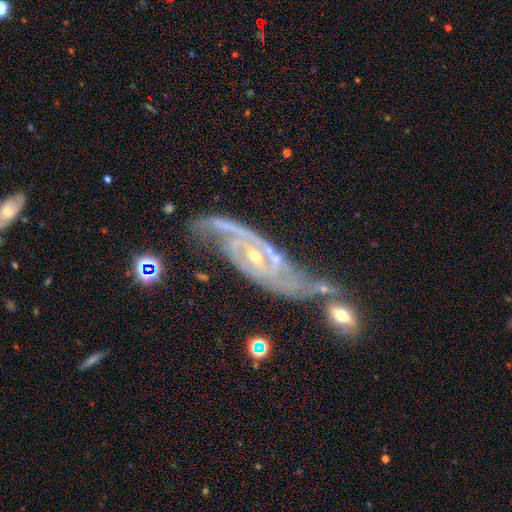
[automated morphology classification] Q: Smooth or featured?
A: featured or disk (90%); runner-up: star or artifact (6%)
Q: Edge-on disk?
A: no (92%); runner-up: yes (8%)
Q: Bar?
A: no (55%); runner-up: weak (31%)
Q: Spiral arms?
A: yes (97%); runner-up: no (3%)
Q: Spiral winding?
A: tight (47%); runner-up: medium (40%)
Q: Spiral arm count?
A: 2 (69%); runner-up: can't tell (12%)
Q: Bulge size?
A: small (68%); runner-up: moderate (29%)
Q: Merging?
A: none (51%); runner-up: minor disturbance (22%)